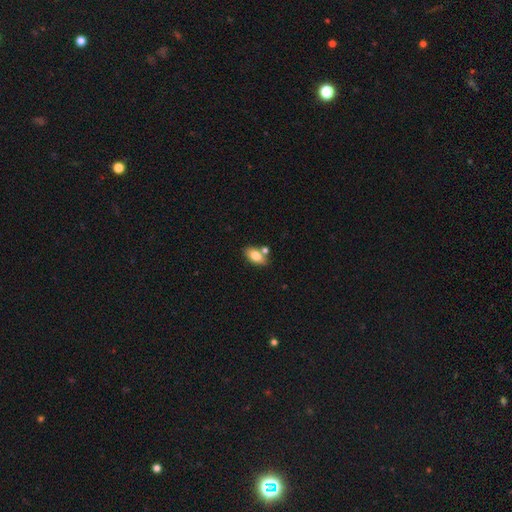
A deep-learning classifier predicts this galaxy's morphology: Smooth or featured?
  - smooth: 78% *
  - featured or disk: 14%
  - star or artifact: 8%
How rounded?
  - in between: 89% *
  - round: 7%
  - cigar-shaped: 4%
Merging?
  - none: 68% *
  - merger: 17%
  - minor disturbance: 12%
  - major disturbance: 3%